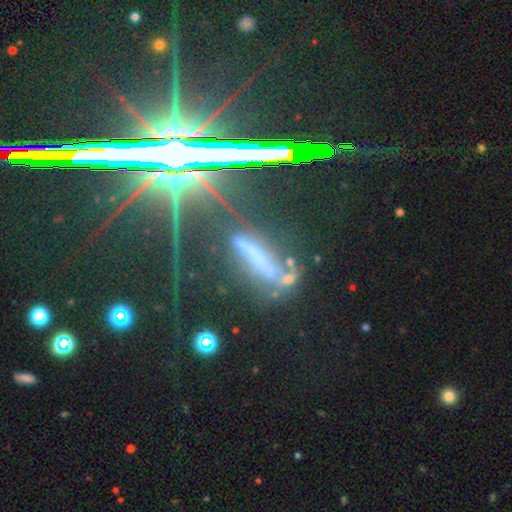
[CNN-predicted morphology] A star or artifact, not a galaxy (37%).

Vote fractions:
- Smooth or featured? star or artifact: 37% / featured or disk: 36% / smooth: 27%